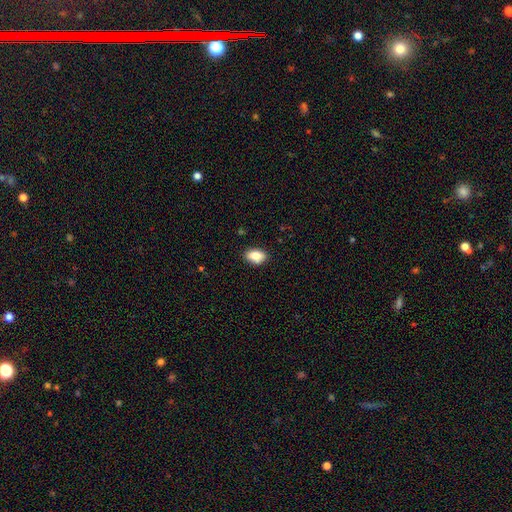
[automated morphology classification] Smooth or featured: smooth — 84% (featured or disk — 8%)
How rounded: in between — 88% (round — 9%)
Merging: none — 85% (minor disturbance — 11%)